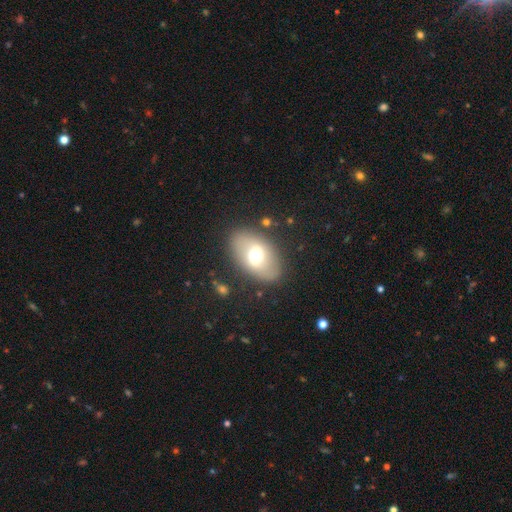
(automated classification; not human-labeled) smooth 56%, featured or disk 36%, star or artifact 9%. Down the decision tree: how rounded — in between (85%); merging — none (82%).